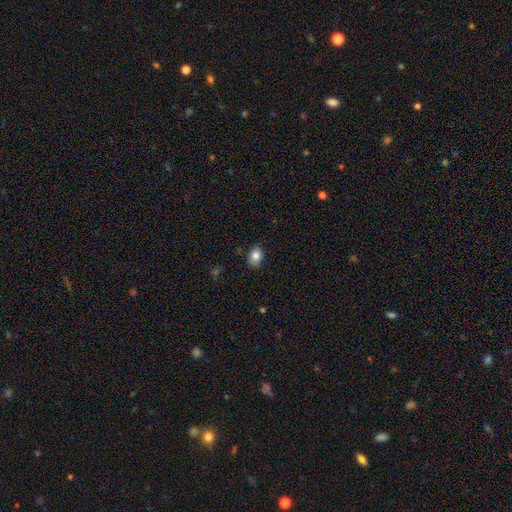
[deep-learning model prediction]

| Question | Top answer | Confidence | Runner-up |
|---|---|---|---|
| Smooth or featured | smooth | 83% | star or artifact (9%) |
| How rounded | in between | 71% | round (28%) |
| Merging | none | 83% | minor disturbance (13%) |